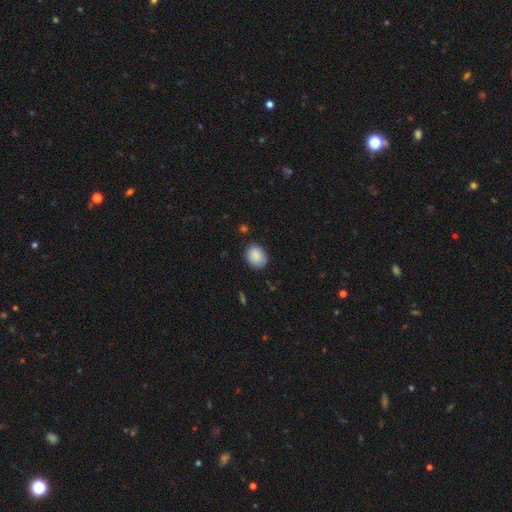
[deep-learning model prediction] The model was most divided on "how rounded": in between: 60%, round: 40%, cigar-shaped: 1%. More confident: smooth or featured — smooth (88%); merging — none (82%).